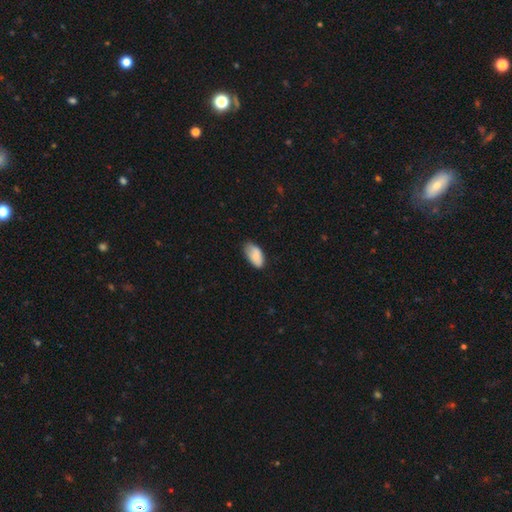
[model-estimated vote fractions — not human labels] Smooth or featured? smooth (86%)
How rounded? in between (94%)
Merging? none (65%)